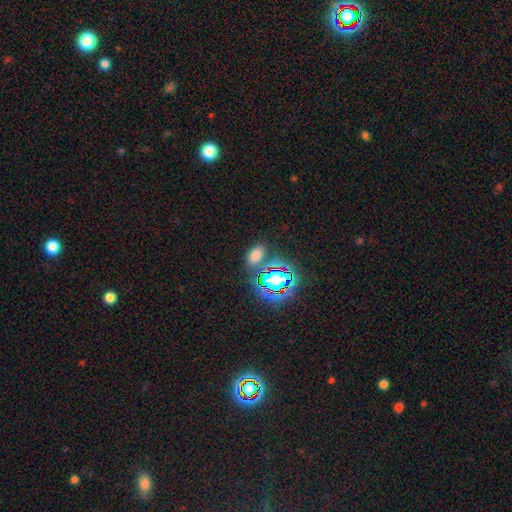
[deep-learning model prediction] Smooth or featured? smooth (63%)
How rounded? in between (88%)
Merging? none (76%)